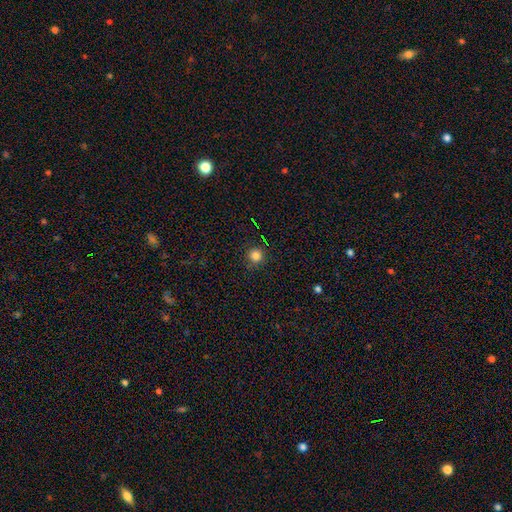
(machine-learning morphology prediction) A smooth galaxy with no disk features (81%) that is round (95%). Merging: none (88%).